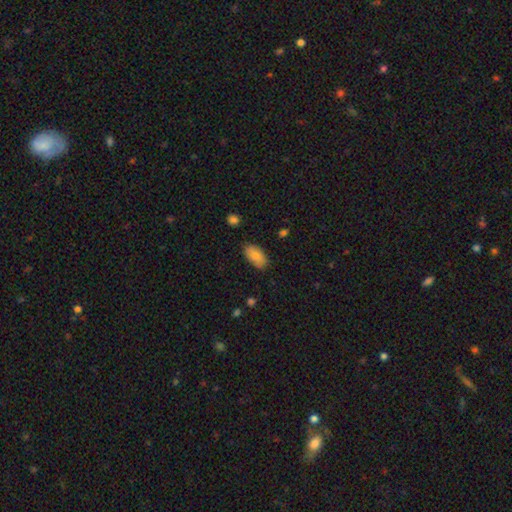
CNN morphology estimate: Smooth or featured: smooth — 82% (featured or disk — 11%)
How rounded: in between — 94% (round — 4%)
Merging: none — 81% (minor disturbance — 15%)